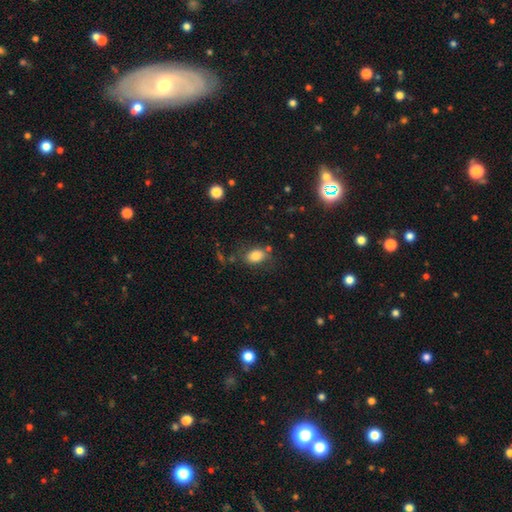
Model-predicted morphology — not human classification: A smooth galaxy with no disk features (80%) that is in between round and cigar-shaped (81%).

Vote fractions:
- Smooth or featured? smooth: 80% / featured or disk: 10% / star or artifact: 9%
- How rounded? in between: 81% / round: 18% / cigar-shaped: 1%
- Merging? none: 71% / minor disturbance: 16% / merger: 7% / major disturbance: 7%